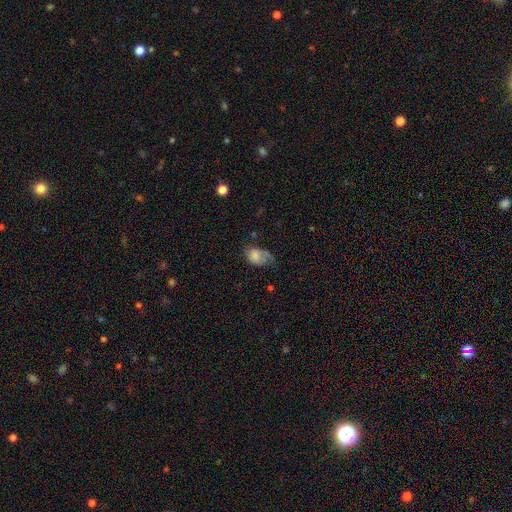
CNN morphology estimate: Overall: smooth (68%). How rounded: in between (82%). Merging: minor disturbance (35%; none 32%).